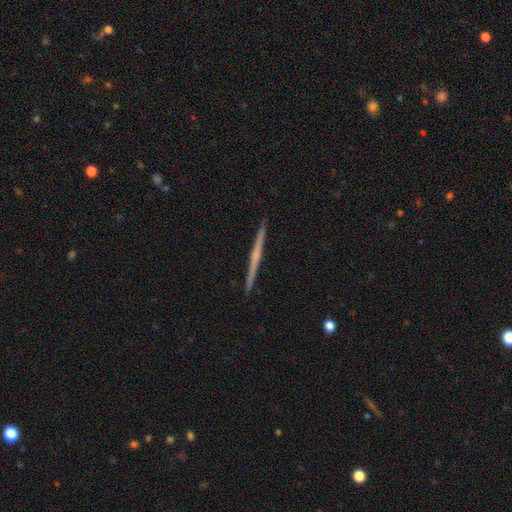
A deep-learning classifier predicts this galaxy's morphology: Smooth or featured? featured or disk (67%)
Edge-on disk? yes (98%)
Edge-on bulge? none (60%)
Merging? none (93%)